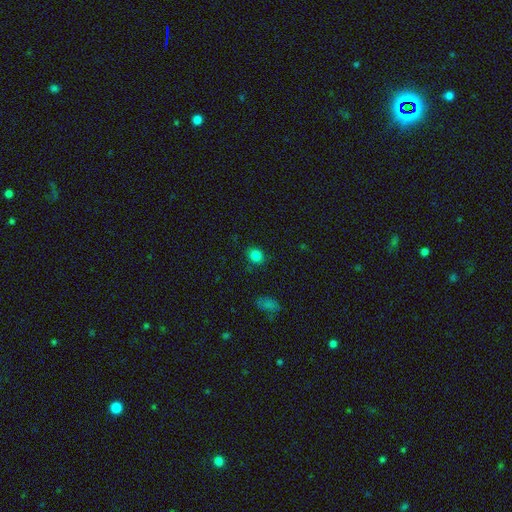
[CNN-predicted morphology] type=smooth (83%); roundness=round (74%); merging=none (87%).